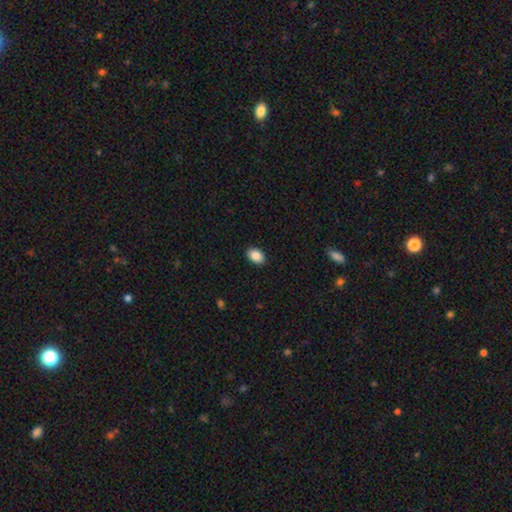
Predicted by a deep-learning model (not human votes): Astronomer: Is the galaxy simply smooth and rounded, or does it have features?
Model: smooth — 88%.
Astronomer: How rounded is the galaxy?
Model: in between — 86%.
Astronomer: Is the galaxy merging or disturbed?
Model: none — 90%.